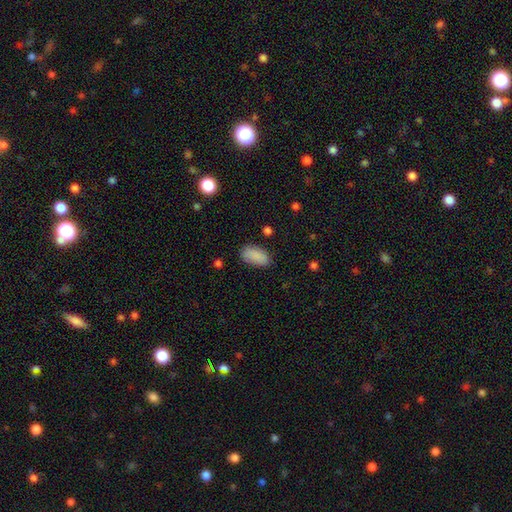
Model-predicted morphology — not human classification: This is clearly a smooth galaxy (88%). How rounded: clearly in between (93%). Merging: likely none (80%).